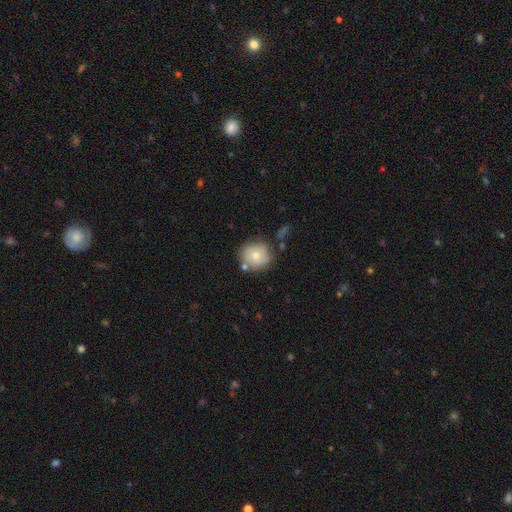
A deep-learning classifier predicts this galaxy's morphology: Smooth or featured? Predicted: smooth (p=0.71). How rounded? Predicted: round (p=0.84). Merging? Predicted: none (p=0.67).